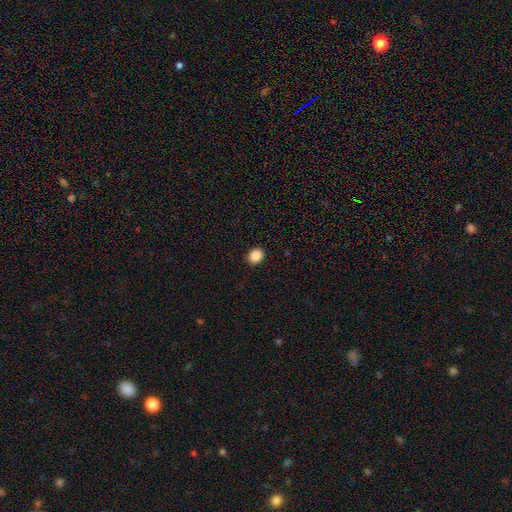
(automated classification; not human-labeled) Overall: smooth (87%). How rounded: round (80%). Merging: none (92%).